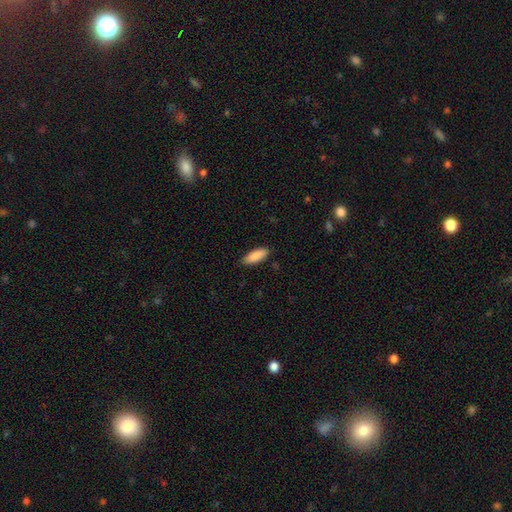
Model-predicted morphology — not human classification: This appears to be a smooth galaxy with no disk features (89%) that is in between round and cigar-shaped (73%). Merging: none (86%).